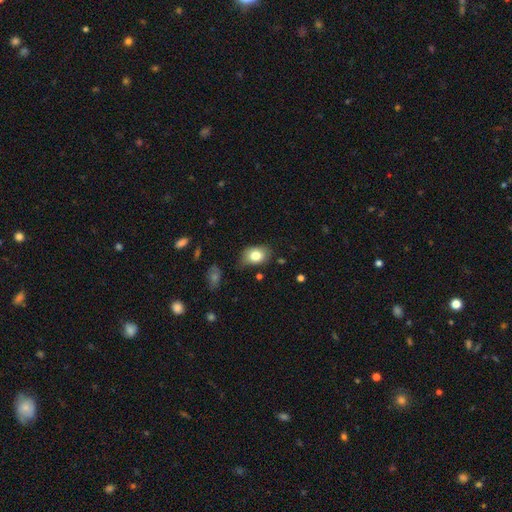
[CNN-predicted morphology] Overall: smooth (81%). How rounded: in between (75%). Merging: none (68%).